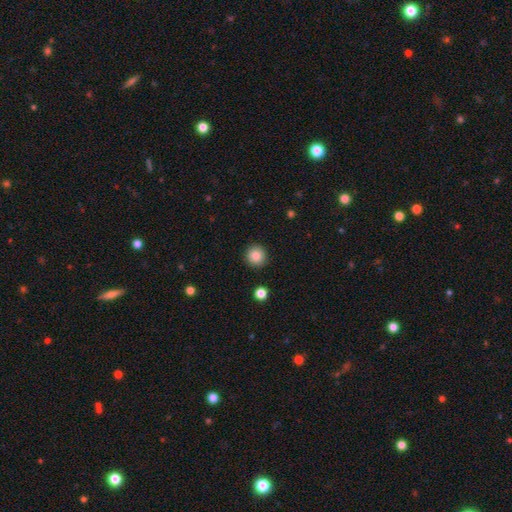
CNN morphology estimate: A smooth galaxy with no disk features (85%) that is round (94%). Merging: none (92%).